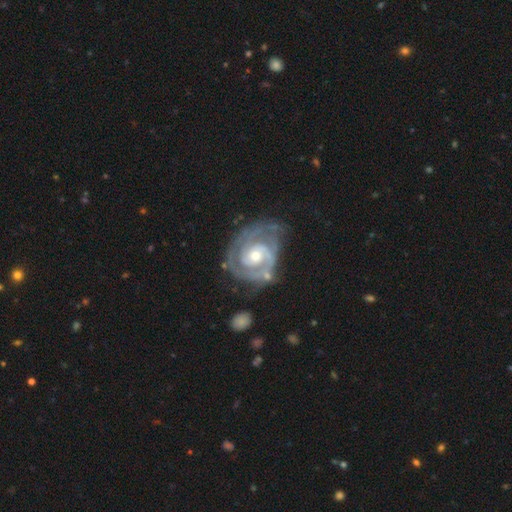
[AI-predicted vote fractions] A featured or disk galaxy (90%) with no bar (68%), 2 (59%) tight (69%) spiral arms (97%) and a moderate central bulge (55%).

Vote fractions:
- Smooth or featured? featured or disk: 90% / smooth: 5% / star or artifact: 4%
- Edge-on disk? no: 98% / yes: 2%
- Bar? no: 68% / weak: 25% / strong: 7%
- Spiral arms? yes: 97% / no: 3%
- Spiral winding? tight: 69% / medium: 26% / loose: 4%
- Spiral arm count? 2: 59% / 3: 16% / can't tell: 14% / 1: 5% / 4: 3% / more than 4: 3%
- Bulge size? moderate: 55% / small: 41% / large: 3% / none: 1% / dominant: 1%
- Merging? none: 60% / minor disturbance: 23% / major disturbance: 12% / merger: 5%